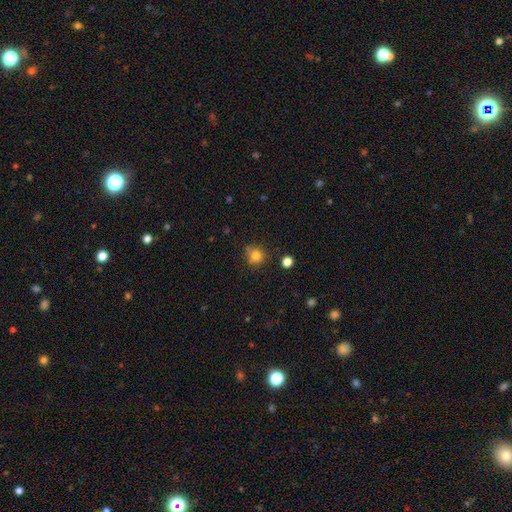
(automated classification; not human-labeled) Overall: smooth (78%). How rounded: round (79%). Merging: none (63%; minor disturbance 24%).